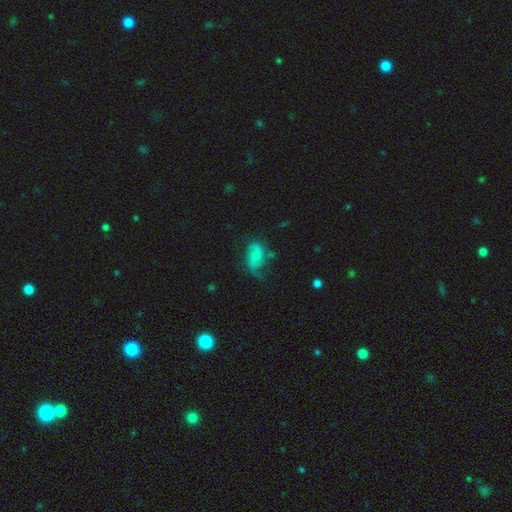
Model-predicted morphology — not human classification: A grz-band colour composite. It shows a featured or disk galaxy (64%) with no bar (68%), 2 (64%) loose (46%) spiral arms (87%) and a small central bulge (53%). Merging: none (42%).